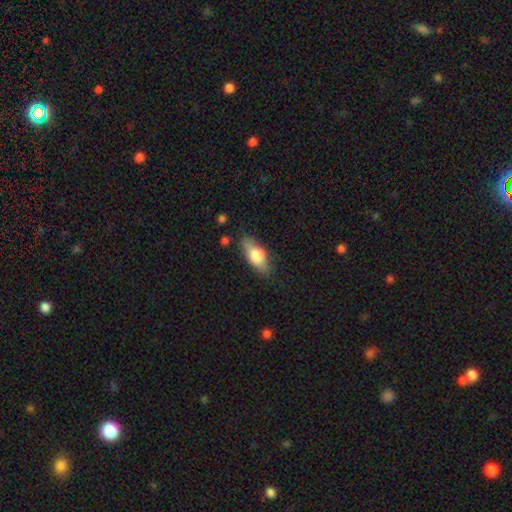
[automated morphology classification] A smooth galaxy with no disk features (68%) that is in between round and cigar-shaped (77%).

Vote fractions:
- Smooth or featured? smooth: 68% / featured or disk: 25% / star or artifact: 7%
- How rounded? in between: 77% / cigar-shaped: 19% / round: 4%
- Merging? none: 75% / minor disturbance: 17% / major disturbance: 4% / merger: 3%